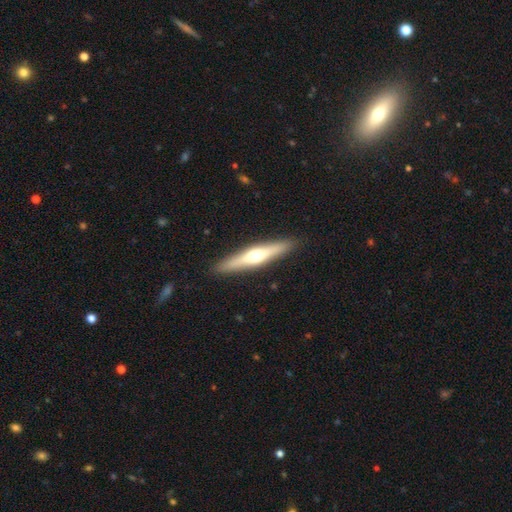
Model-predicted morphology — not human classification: Overall: featured or disk (58%; smooth 37%). Edge-on disk: yes (94%). Edge-on bulge: rounded (90%). Merging: none (91%).